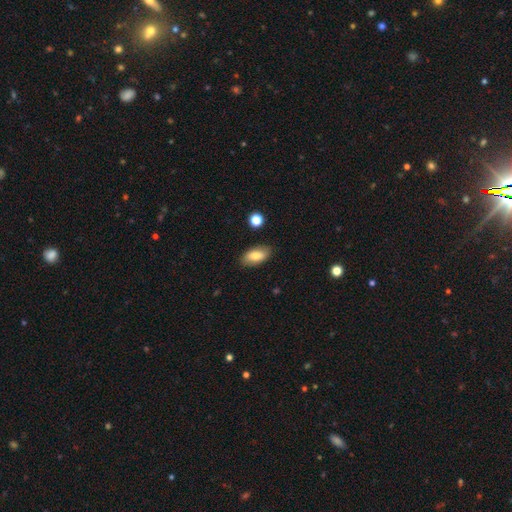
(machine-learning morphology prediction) smooth 78%, featured or disk 15%, star or artifact 7%. Down the decision tree: how rounded — in between (91%); merging — none (84%).